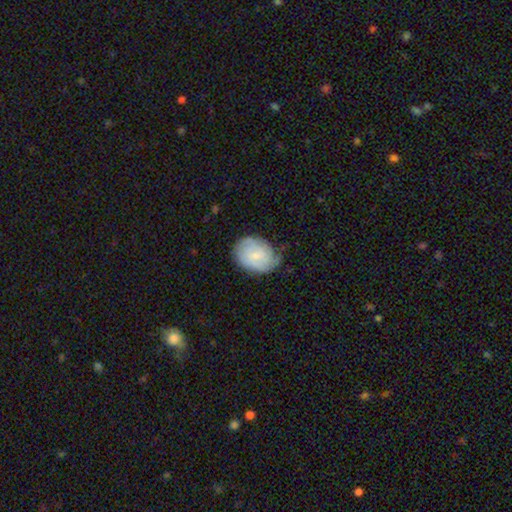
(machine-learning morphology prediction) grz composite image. It shows a smooth galaxy with no disk features (49%). Merging: none (59%).